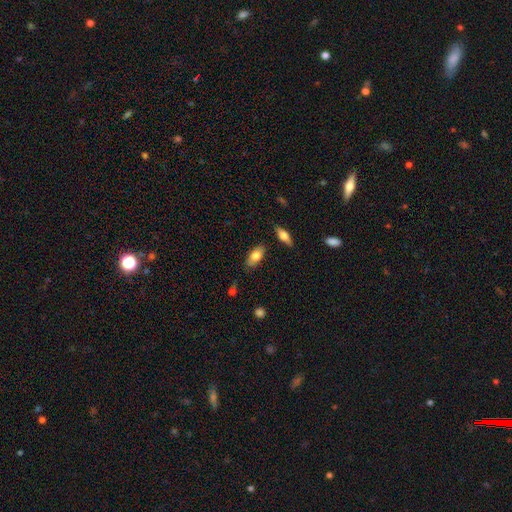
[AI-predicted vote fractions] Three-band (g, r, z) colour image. It shows a smooth galaxy with no disk features (76%) that is in between round and cigar-shaped (88%). Merging: none (79%).